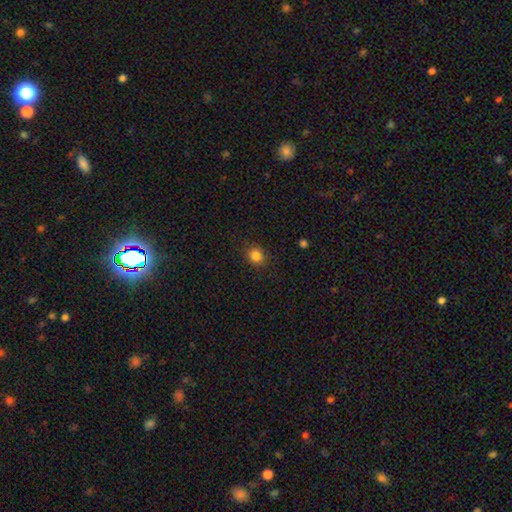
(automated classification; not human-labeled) A smooth galaxy with no disk features (84%) that is round (80%). Merging: none (89%).